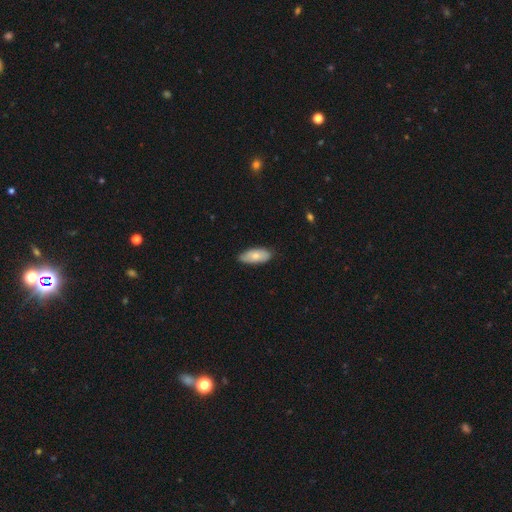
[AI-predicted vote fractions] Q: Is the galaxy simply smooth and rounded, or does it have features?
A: smooth — 73%.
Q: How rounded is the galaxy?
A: in between — 88%.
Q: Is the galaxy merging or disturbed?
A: none — 79%.